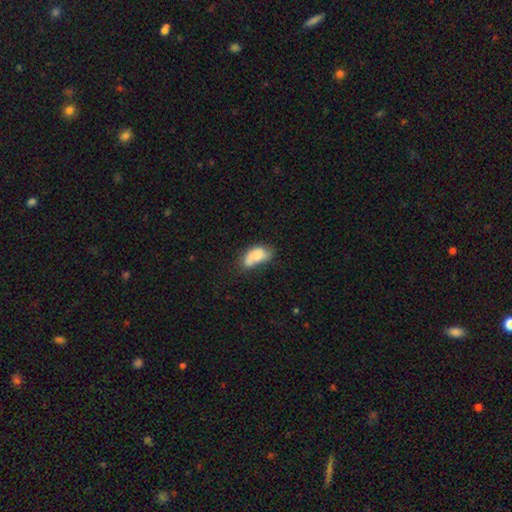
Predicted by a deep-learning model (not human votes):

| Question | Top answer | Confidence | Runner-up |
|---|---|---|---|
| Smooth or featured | smooth | 73% | featured or disk (19%) |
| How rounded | in between | 90% | cigar-shaped (5%) |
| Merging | none | 35% | minor disturbance (32%) |